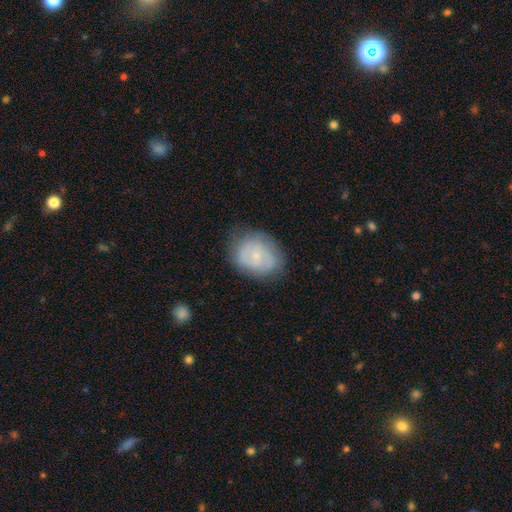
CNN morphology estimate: This is possibly a smooth galaxy (48%). Merging: likely none (73%).